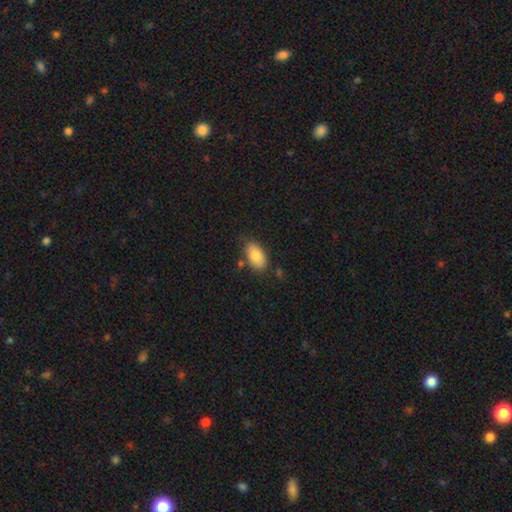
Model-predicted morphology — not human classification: A smooth galaxy with no disk features (84%) that is in between round and cigar-shaped (94%).

Vote fractions:
- Smooth or featured? smooth: 84% / featured or disk: 9% / star or artifact: 7%
- How rounded? in between: 94% / round: 4% / cigar-shaped: 3%
- Merging? none: 76% / minor disturbance: 16% / merger: 4% / major disturbance: 3%